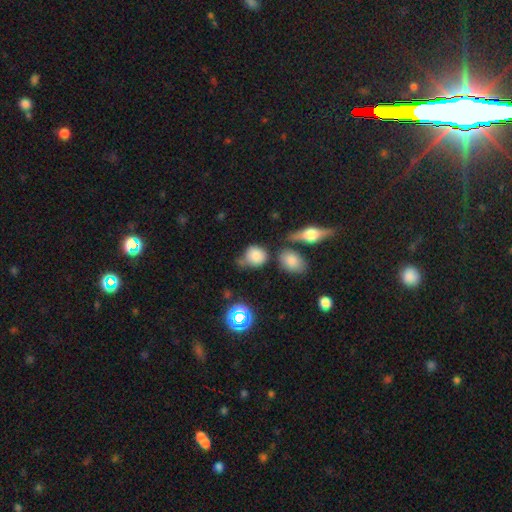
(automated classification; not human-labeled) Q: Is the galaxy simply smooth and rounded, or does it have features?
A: smooth — 79%.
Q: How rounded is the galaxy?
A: round — 70%.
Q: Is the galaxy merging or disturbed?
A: none — 51%.